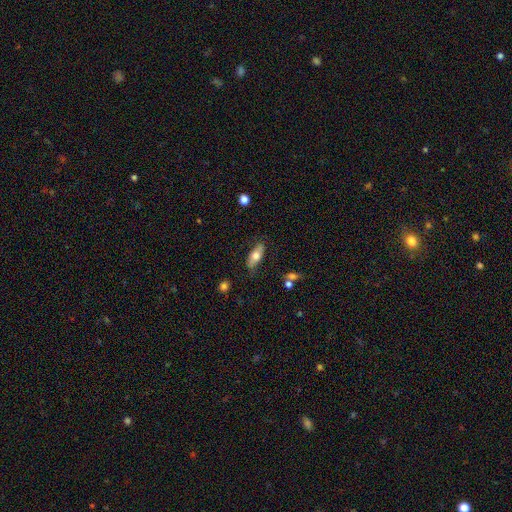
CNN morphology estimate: Overall: smooth (65%; featured or disk 29%). How rounded: in between (76%). Merging: none (79%).